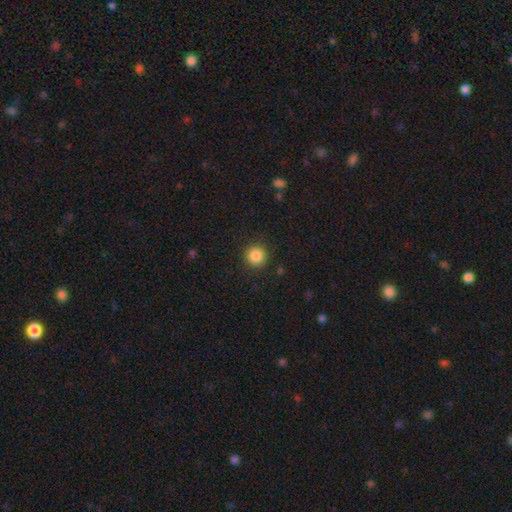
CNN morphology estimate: This is clearly a smooth galaxy (86%). How rounded: clearly round (94%). Merging: clearly none (90%).